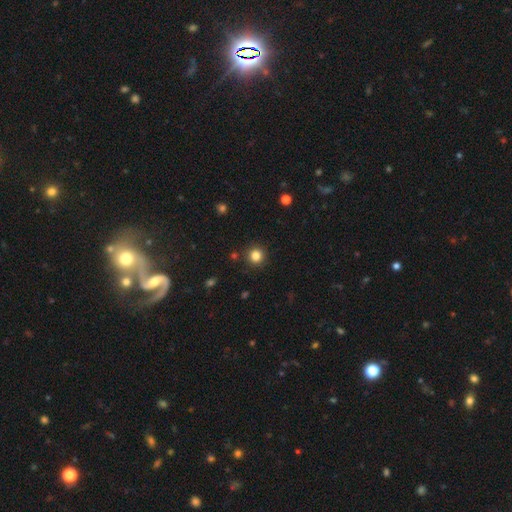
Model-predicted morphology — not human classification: smooth-or-featured: smooth: 83% | star or artifact: 13% | featured or disk: 5%
  how-rounded: round: 94% | in between: 5% | cigar-shaped: 1%
  merging: none: 90% | minor disturbance: 6% | major disturbance: 2% | merger: 2%